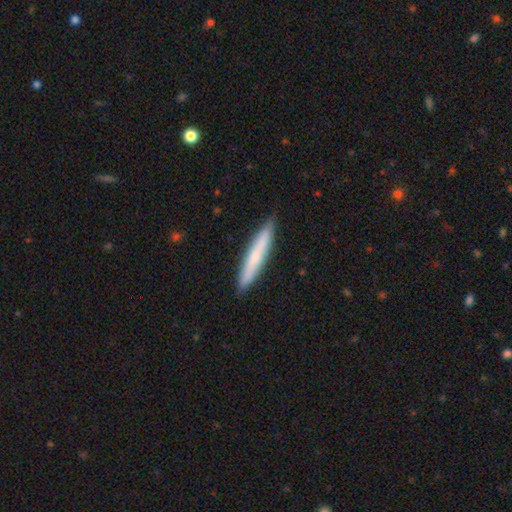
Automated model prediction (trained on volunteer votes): Smooth or featured? smooth (66%)
How rounded? cigar-shaped (94%)
Merging? none (90%)